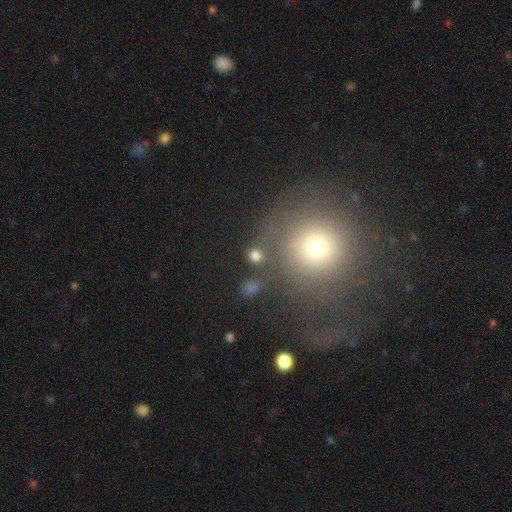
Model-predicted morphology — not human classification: smooth-or-featured: smooth: 76% | star or artifact: 17% | featured or disk: 7%
  how-rounded: round: 87% | in between: 11% | cigar-shaped: 1%
  merging: none: 75% | merger: 11% | minor disturbance: 9% | major disturbance: 5%